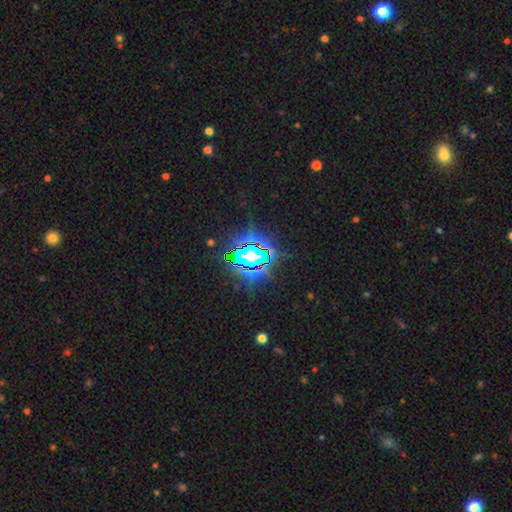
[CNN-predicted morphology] The model was most divided on "smooth or featured": star or artifact: 78%, smooth: 12%, featured or disk: 11%.